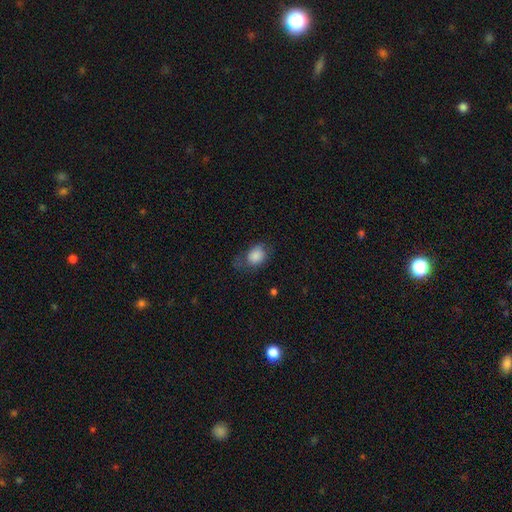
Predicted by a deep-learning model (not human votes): A smooth galaxy with no disk features (84%) that is in between round and cigar-shaped (58%). Merging: none (47%).